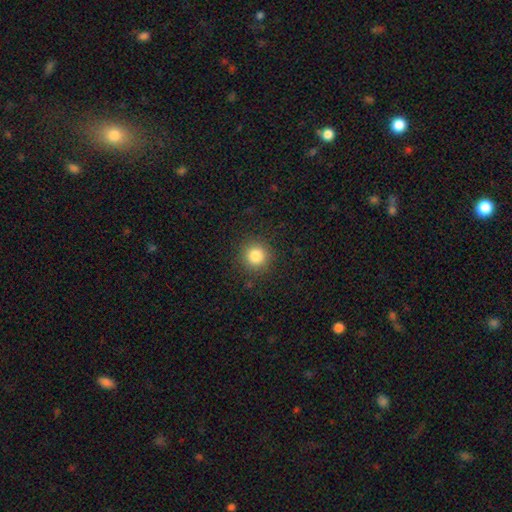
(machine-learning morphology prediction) smooth 83%, star or artifact 12%, featured or disk 5%. Down the decision tree: how rounded — round (94%); merging — none (89%).